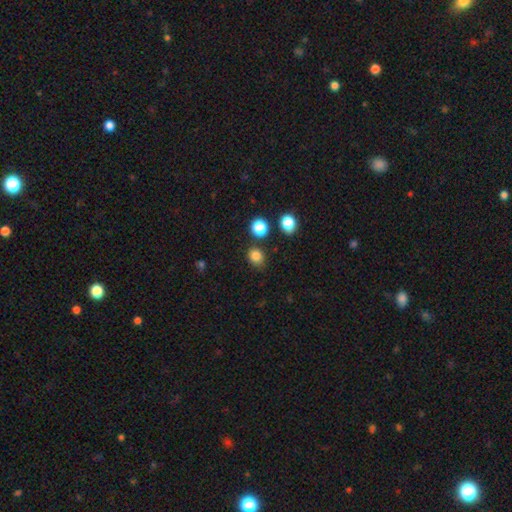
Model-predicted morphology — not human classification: This appears to be a smooth galaxy with no disk features (83%) that is round (69%). Merging: none (80%).